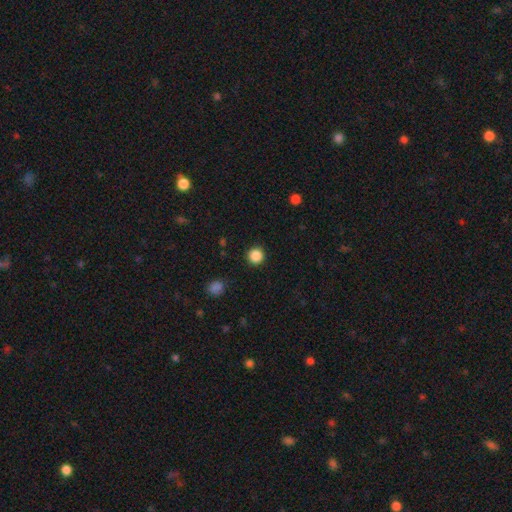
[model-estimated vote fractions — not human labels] smooth_or_featured: smooth (p=0.87) [alt: star or artifact p=0.11]
how_rounded: round (p=0.96) [alt: in between p=0.03]
merging: none (p=0.92) [alt: minor disturbance p=0.05]